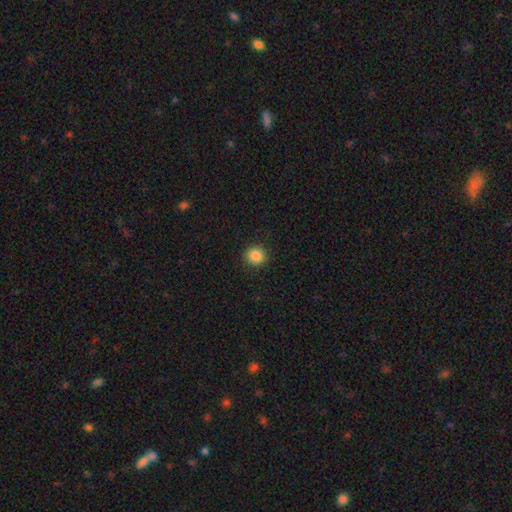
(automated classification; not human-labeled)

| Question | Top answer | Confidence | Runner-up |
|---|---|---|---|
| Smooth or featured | smooth | 86% | star or artifact (10%) |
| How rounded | round | 91% | in between (9%) |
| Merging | none | 92% | minor disturbance (5%) |